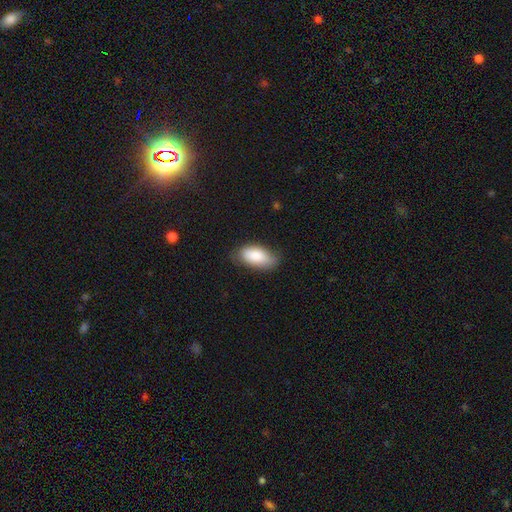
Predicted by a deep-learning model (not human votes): Smooth or featured?
  - smooth: 86% *
  - featured or disk: 8%
  - star or artifact: 6%
How rounded?
  - in between: 93% *
  - cigar-shaped: 5%
  - round: 2%
Merging?
  - none: 72% *
  - minor disturbance: 23%
  - major disturbance: 4%
  - merger: 1%